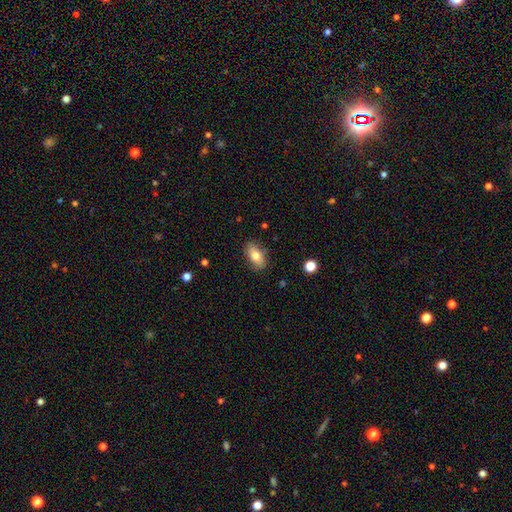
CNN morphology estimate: This appears to be a smooth galaxy with no disk features (75%) that is in between round and cigar-shaped (90%). Merging: none (84%).